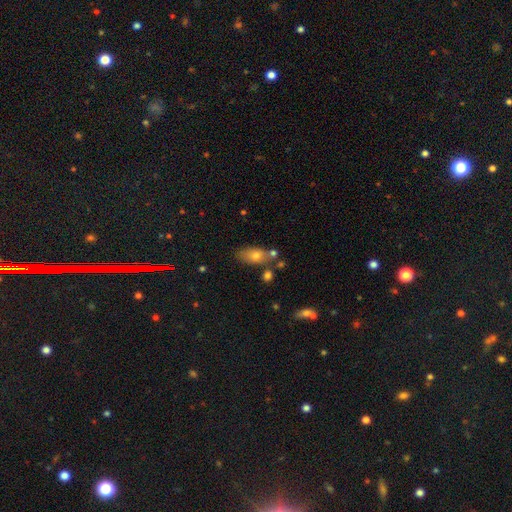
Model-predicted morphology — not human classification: Smooth or featured? smooth (75%)
How rounded? in between (86%)
Merging? none (59%)